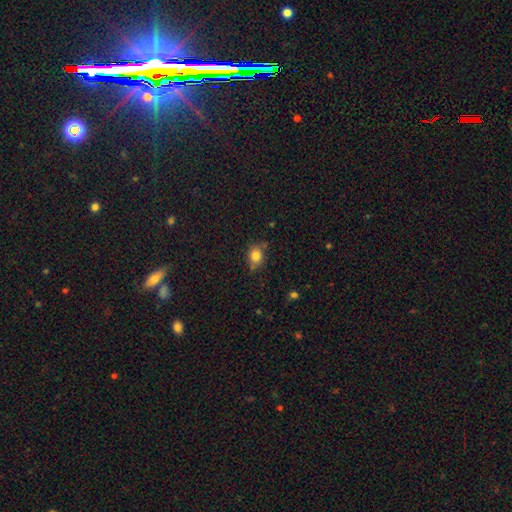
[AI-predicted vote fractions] This is clearly a smooth galaxy (82%). How rounded: likely round (61%). Merging: likely none (73%).